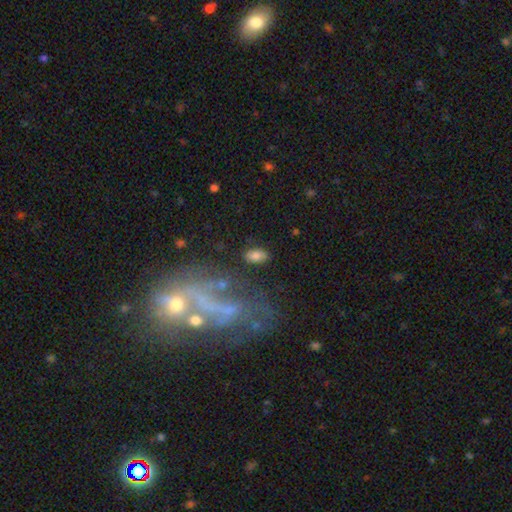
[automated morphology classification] Smooth or featured?
  - smooth: 77% *
  - featured or disk: 14%
  - star or artifact: 9%
How rounded?
  - in between: 92% *
  - round: 5%
  - cigar-shaped: 3%
Merging?
  - none: 80% *
  - minor disturbance: 12%
  - major disturbance: 5%
  - merger: 4%